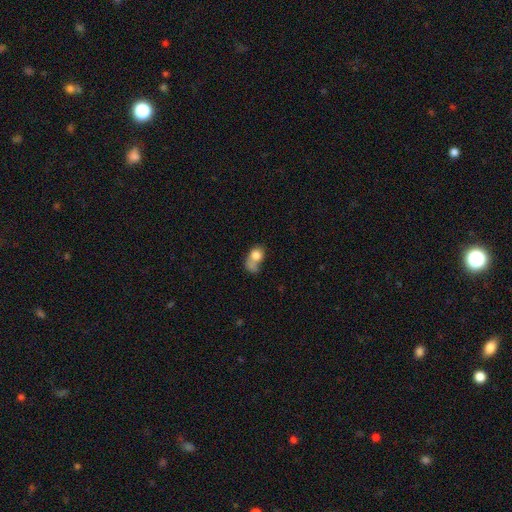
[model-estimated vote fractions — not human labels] Smooth or featured?
  - smooth: 74% *
  - featured or disk: 17%
  - star or artifact: 9%
How rounded?
  - in between: 55% *
  - round: 44%
  - cigar-shaped: 2%
Merging?
  - merger: 40% *
  - major disturbance: 25%
  - none: 21%
  - minor disturbance: 15%